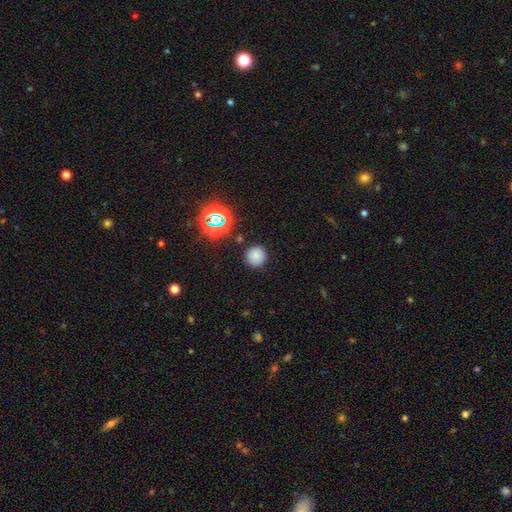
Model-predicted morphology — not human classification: smooth 75%, star or artifact 18%, featured or disk 7%. Down the decision tree: how rounded — round (94%); merging — none (88%).